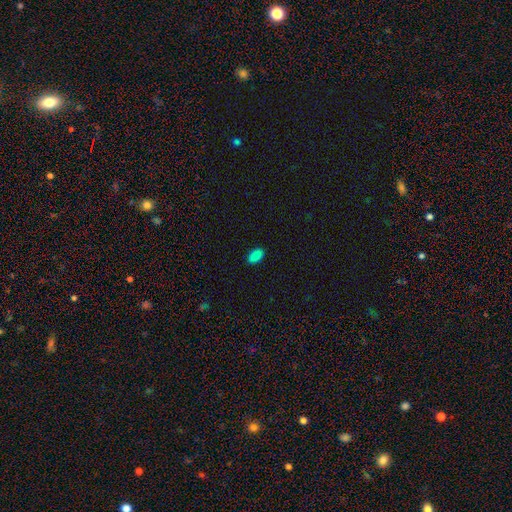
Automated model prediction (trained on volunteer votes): Overall: smooth (88%). How rounded: in between (93%). Merging: none (89%).